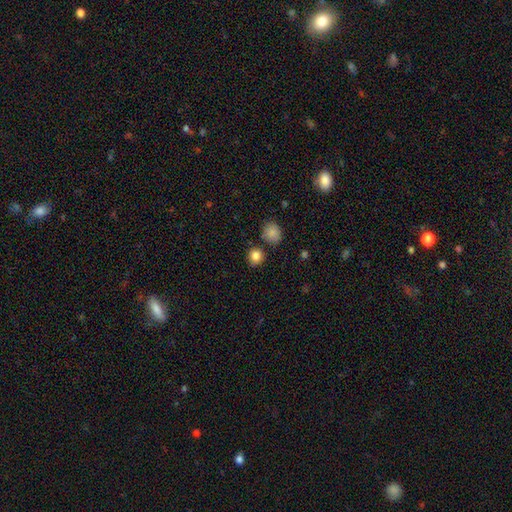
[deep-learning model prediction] Smooth or featured? smooth (84%)
How rounded? round (85%)
Merging? none (83%)